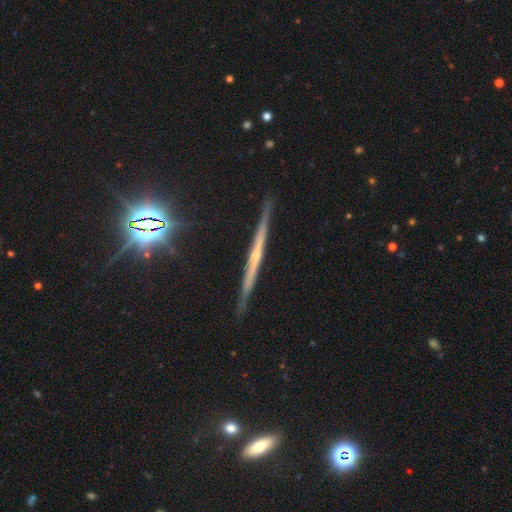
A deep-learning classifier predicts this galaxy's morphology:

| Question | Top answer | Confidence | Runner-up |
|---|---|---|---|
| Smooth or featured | featured or disk | 68% | smooth (20%) |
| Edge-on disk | yes | 98% | no (2%) |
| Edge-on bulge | none | 66% | rounded (27%) |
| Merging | none | 90% | minor disturbance (7%) |